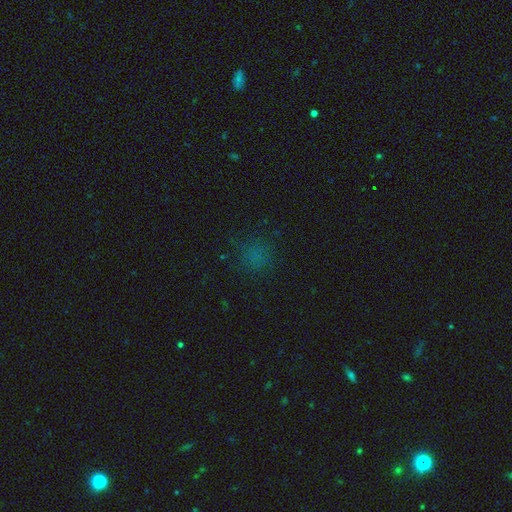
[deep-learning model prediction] A smooth galaxy with no disk features (56%) that is round (86%). Merging: none (80%).